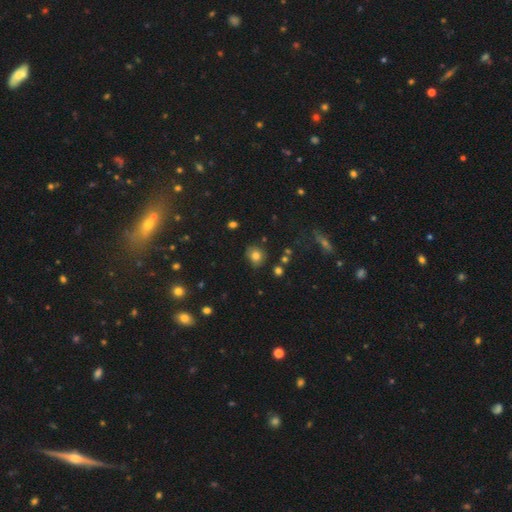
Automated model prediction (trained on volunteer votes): A smooth galaxy with no disk features (79%) that is round (74%). Merging: none (79%).